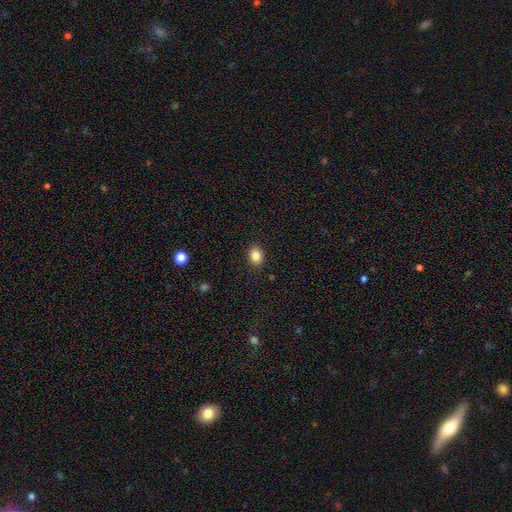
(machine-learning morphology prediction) This is clearly a smooth galaxy (85%). How rounded: possibly in between (53%). Merging: clearly none (89%).